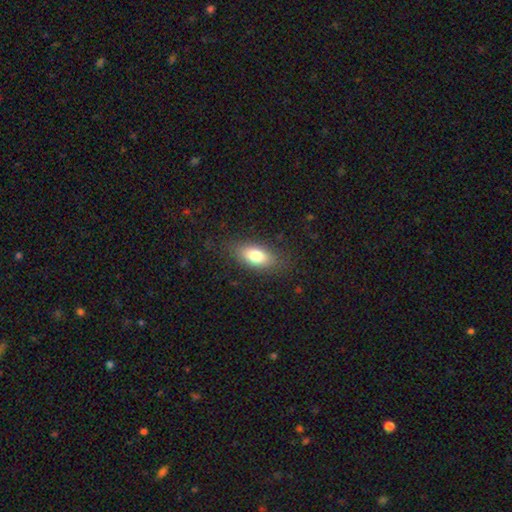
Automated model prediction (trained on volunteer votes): A smooth galaxy with no disk features (78%) that is in between round and cigar-shaped (86%).

Vote fractions:
- Smooth or featured? smooth: 78% / featured or disk: 14% / star or artifact: 8%
- How rounded? in between: 86% / cigar-shaped: 8% / round: 5%
- Merging? none: 83% / minor disturbance: 12% / major disturbance: 4% / merger: 1%